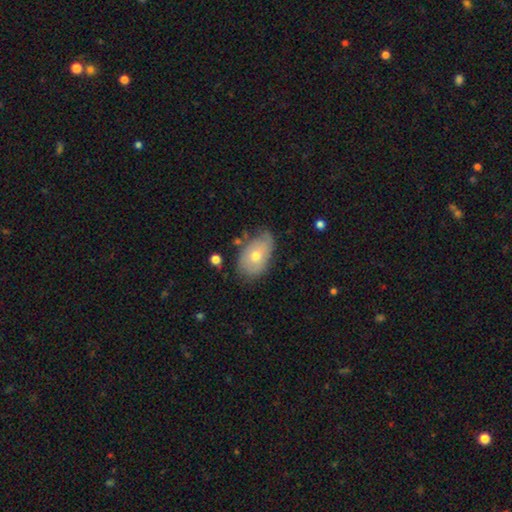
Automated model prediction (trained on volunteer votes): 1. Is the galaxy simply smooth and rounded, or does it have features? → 60% smooth, 33% featured or disk, 7% star or artifact.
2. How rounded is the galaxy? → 88% in between, 11% round, 1% cigar-shaped.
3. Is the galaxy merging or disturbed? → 59% none, 30% minor disturbance, 7% major disturbance, 3% merger.